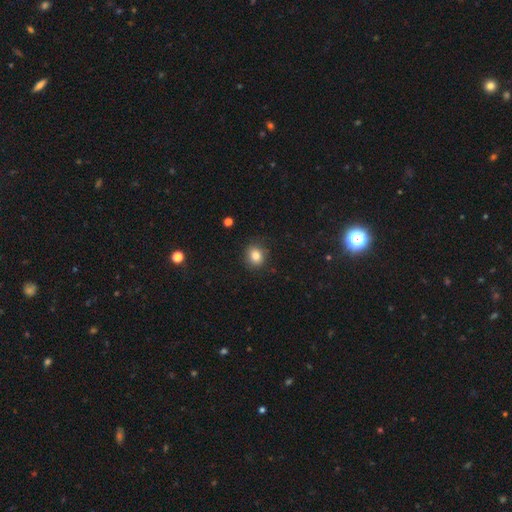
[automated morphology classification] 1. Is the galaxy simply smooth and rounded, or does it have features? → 83% smooth, 11% star or artifact, 6% featured or disk.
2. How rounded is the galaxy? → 73% round, 26% in between, 1% cigar-shaped.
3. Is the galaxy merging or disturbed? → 86% none, 10% minor disturbance, 3% major disturbance, 1% merger.